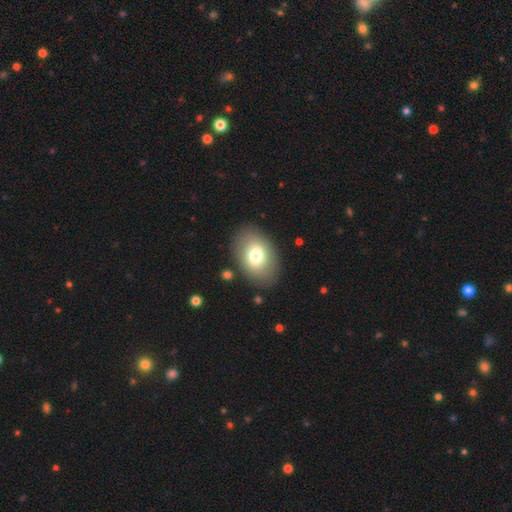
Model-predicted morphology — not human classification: type=smooth (73%); roundness=in between (83%); merging=none (85%).